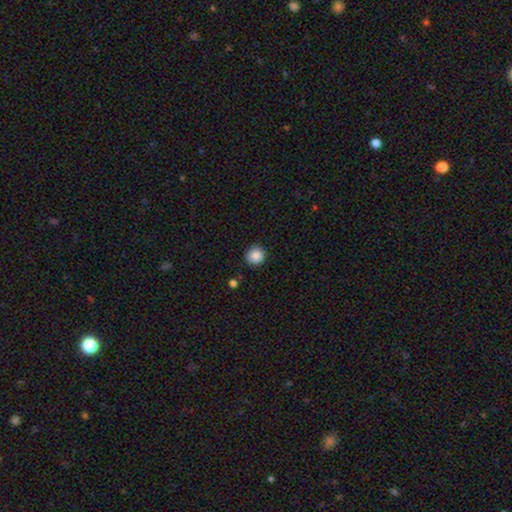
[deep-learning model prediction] A smooth galaxy with no disk features (87%) that is round (93%).

Vote fractions:
- Smooth or featured? smooth: 87% / star or artifact: 9% / featured or disk: 4%
- How rounded? round: 93% / in between: 6% / cigar-shaped: 1%
- Merging? none: 90% / minor disturbance: 7% / major disturbance: 2% / merger: 1%